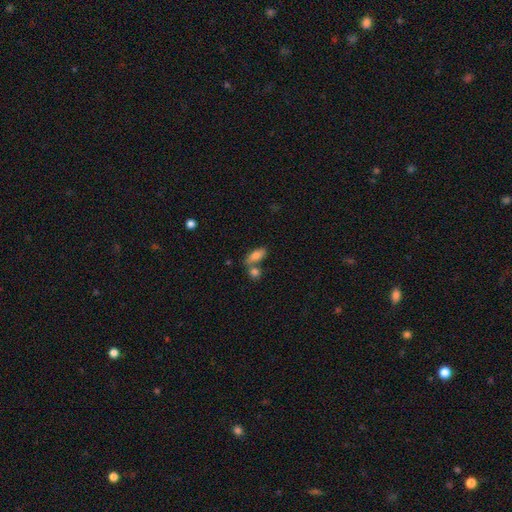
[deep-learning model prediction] Q: Smooth or featured?
A: smooth (81%); runner-up: featured or disk (11%)
Q: How rounded?
A: in between (80%); runner-up: cigar-shaped (16%)
Q: Merging?
A: none (53%); runner-up: merger (31%)